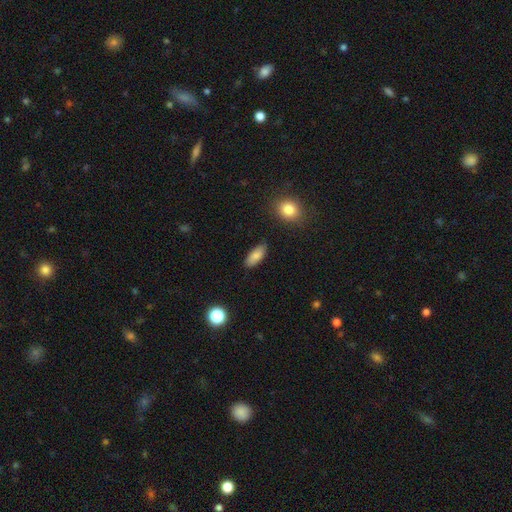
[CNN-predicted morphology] The model was most divided on "how rounded": in between: 83%, cigar-shaped: 15%, round: 3%. More confident: merging — none (86%); smooth or featured — smooth (84%).